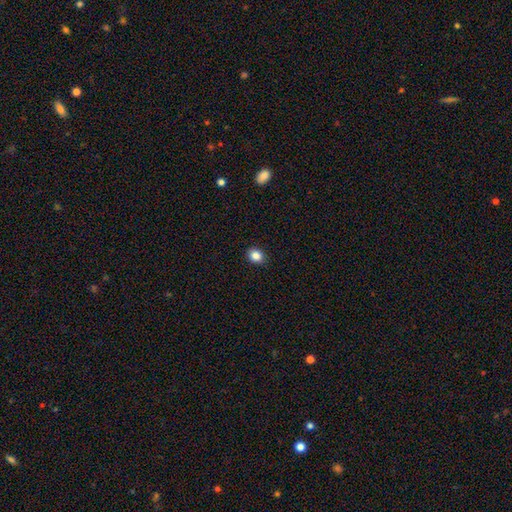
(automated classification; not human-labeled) smooth_or_featured: smooth (p=0.86) [alt: star or artifact p=0.10]
how_rounded: round (p=0.54) [alt: in between p=0.45]
merging: none (p=0.90) [alt: minor disturbance p=0.07]